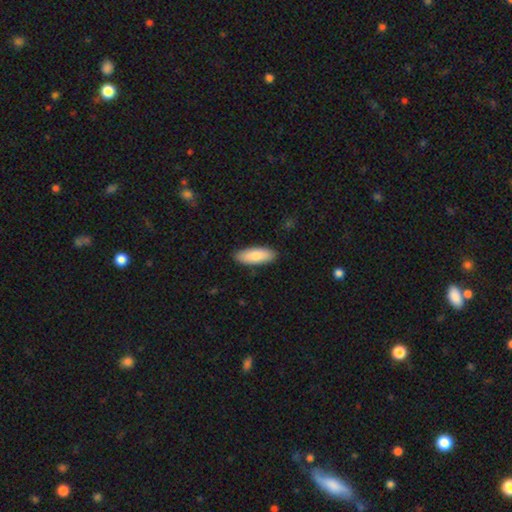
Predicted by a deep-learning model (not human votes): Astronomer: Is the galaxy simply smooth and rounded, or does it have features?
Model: smooth — 83%.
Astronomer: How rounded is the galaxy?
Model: in between — 74%.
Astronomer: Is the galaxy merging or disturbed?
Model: none — 89%.